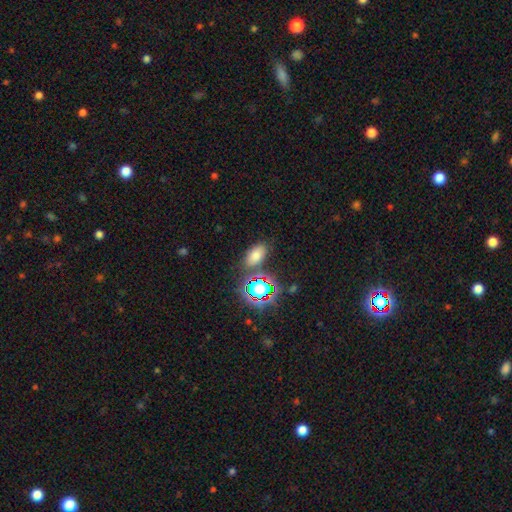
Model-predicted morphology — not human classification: Smooth or featured?
  - smooth: 67% *
  - star or artifact: 24%
  - featured or disk: 9%
How rounded?
  - in between: 88% *
  - round: 8%
  - cigar-shaped: 3%
Merging?
  - none: 78% *
  - minor disturbance: 11%
  - merger: 7%
  - major disturbance: 4%